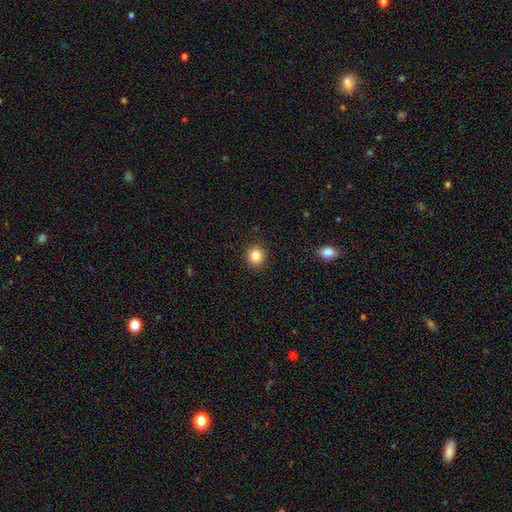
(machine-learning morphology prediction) smooth_or_featured: smooth (p=0.84) [alt: star or artifact p=0.11]
how_rounded: round (p=0.88) [alt: in between p=0.11]
merging: none (p=0.91) [alt: minor disturbance p=0.06]